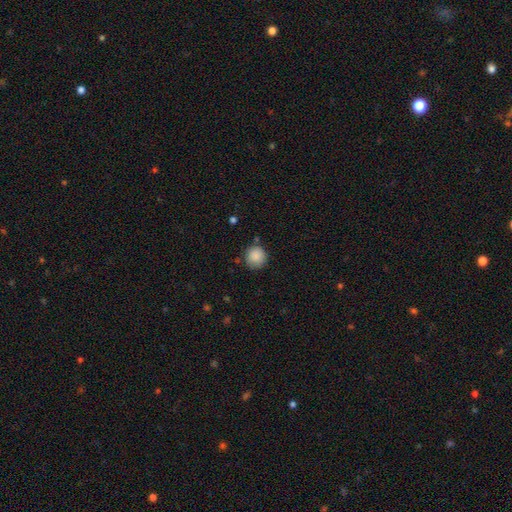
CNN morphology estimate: type=smooth (88%); roundness=round (91%); merging=none (79%).